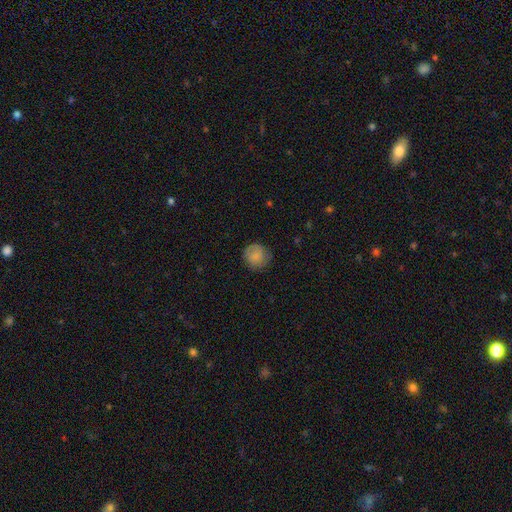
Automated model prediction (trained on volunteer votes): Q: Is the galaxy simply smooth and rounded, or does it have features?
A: smooth — 83%.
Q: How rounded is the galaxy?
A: round — 92%.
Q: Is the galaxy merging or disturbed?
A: none — 82%.